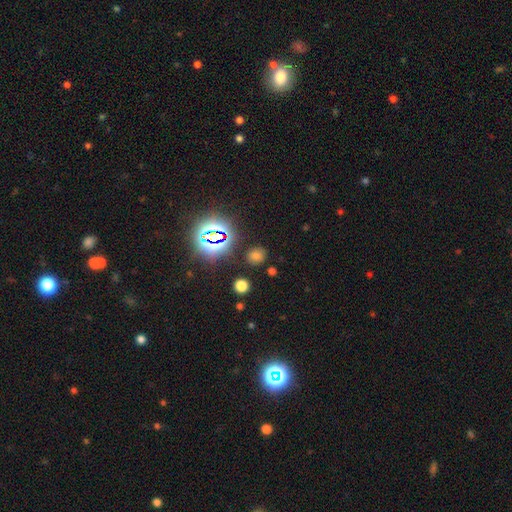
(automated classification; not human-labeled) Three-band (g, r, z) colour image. It shows a smooth galaxy with no disk features (59%) that is round (70%). Merging: none (84%).